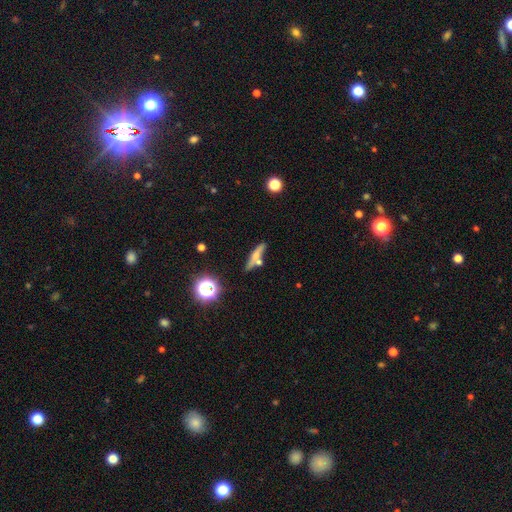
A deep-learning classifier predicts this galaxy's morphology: type=smooth (51%); roundness=cigar-shaped (80%); merging=none (67%).